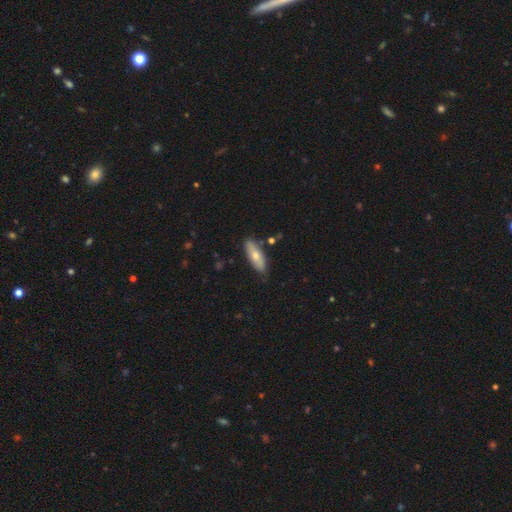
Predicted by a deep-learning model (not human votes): smooth-or-featured: smooth: 63% | featured or disk: 31% | star or artifact: 6%
  how-rounded: in between: 60% | cigar-shaped: 38% | round: 2%
  merging: none: 82% | minor disturbance: 13% | merger: 3% | major disturbance: 2%